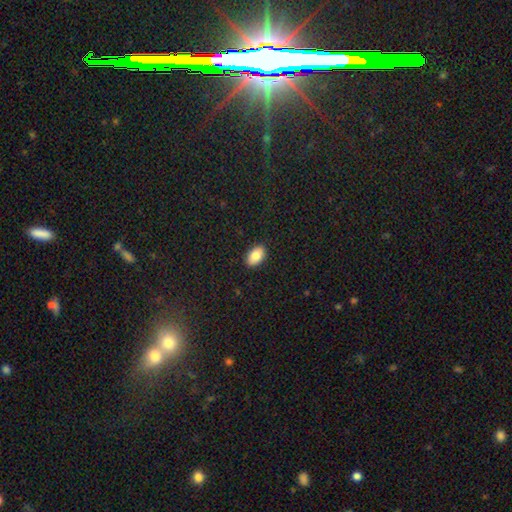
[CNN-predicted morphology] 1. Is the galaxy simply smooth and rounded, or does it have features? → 85% smooth, 8% featured or disk, 7% star or artifact.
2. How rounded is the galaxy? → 92% in between, 6% round, 1% cigar-shaped.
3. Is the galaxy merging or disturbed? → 90% none, 7% minor disturbance, 2% major disturbance, 1% merger.